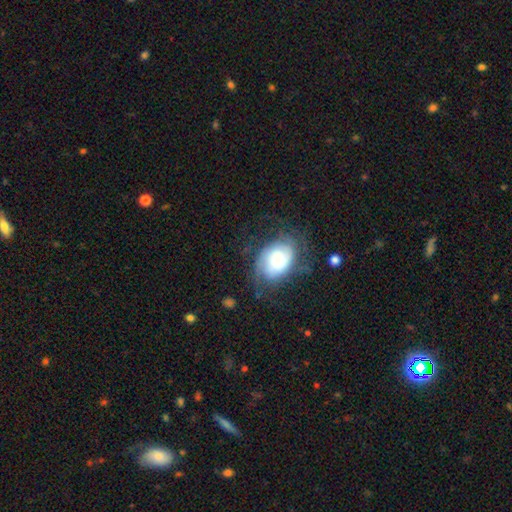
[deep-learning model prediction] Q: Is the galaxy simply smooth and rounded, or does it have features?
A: smooth — 61%.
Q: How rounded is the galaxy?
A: in between — 71%.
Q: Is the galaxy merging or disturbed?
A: none — 81%.